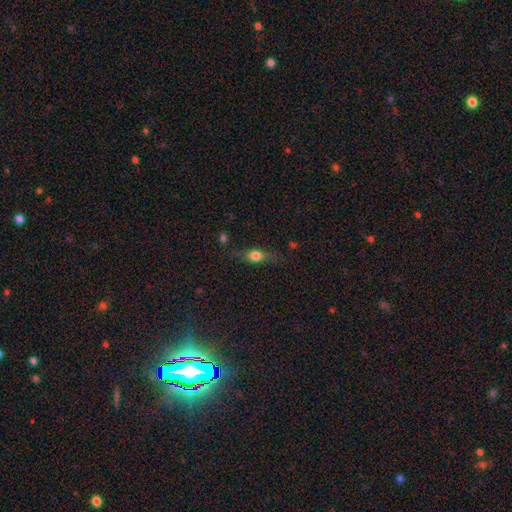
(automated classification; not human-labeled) Smooth or featured? smooth (61%)
How rounded? in between (55%)
Merging? none (67%)